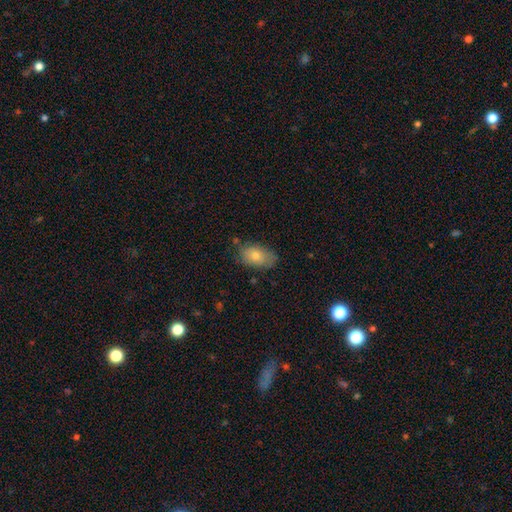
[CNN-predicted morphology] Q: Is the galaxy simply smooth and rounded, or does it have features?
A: smooth — 79%.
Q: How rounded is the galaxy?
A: in between — 91%.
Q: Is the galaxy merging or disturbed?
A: none — 71%.